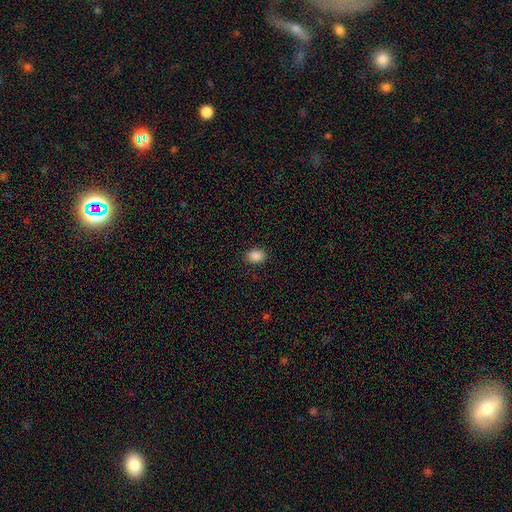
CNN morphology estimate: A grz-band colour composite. It shows a smooth galaxy with no disk features (88%) that is in between round and cigar-shaped (71%). Merging: none (90%).